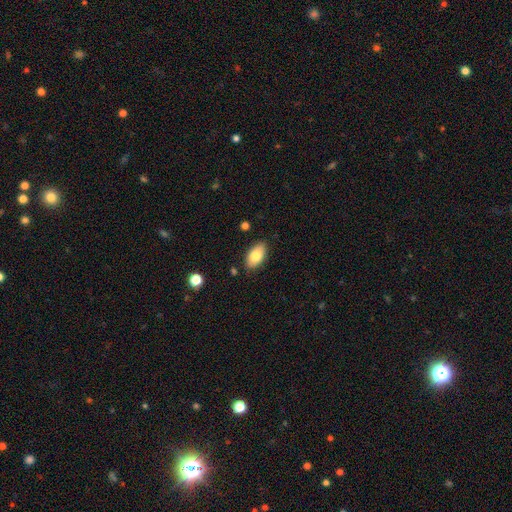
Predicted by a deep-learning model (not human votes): This appears to be a smooth galaxy with no disk features (81%) that is in between round and cigar-shaped (93%). Merging: none (85%).